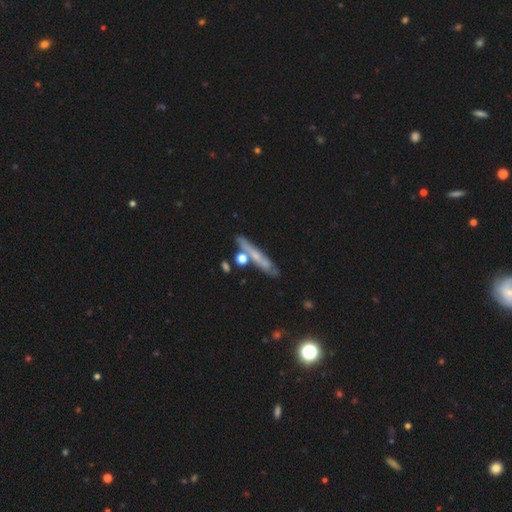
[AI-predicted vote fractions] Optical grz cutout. It shows a featured or disk galaxy (51%) viewed edge-on (73%). Merging: none (66%).